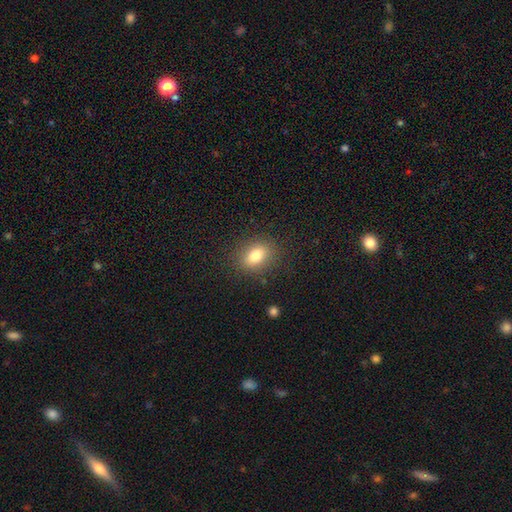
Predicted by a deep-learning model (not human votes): Smooth or featured?
  - smooth: 80% *
  - star or artifact: 10%
  - featured or disk: 10%
How rounded?
  - in between: 72% *
  - round: 25%
  - cigar-shaped: 2%
Merging?
  - none: 86% *
  - minor disturbance: 10%
  - major disturbance: 3%
  - merger: 1%